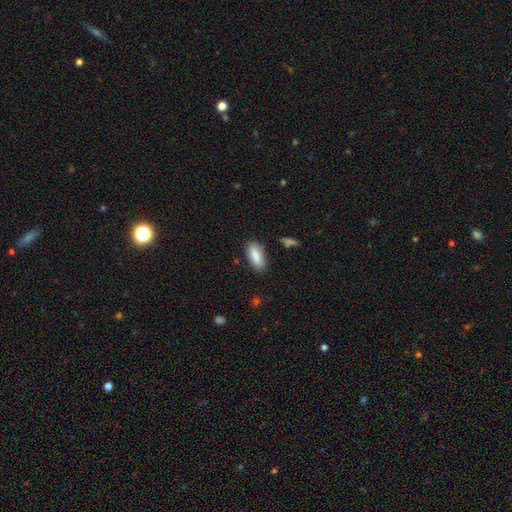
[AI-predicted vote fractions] This is clearly a smooth galaxy (87%). How rounded: clearly in between (80%). Merging: clearly none (82%).